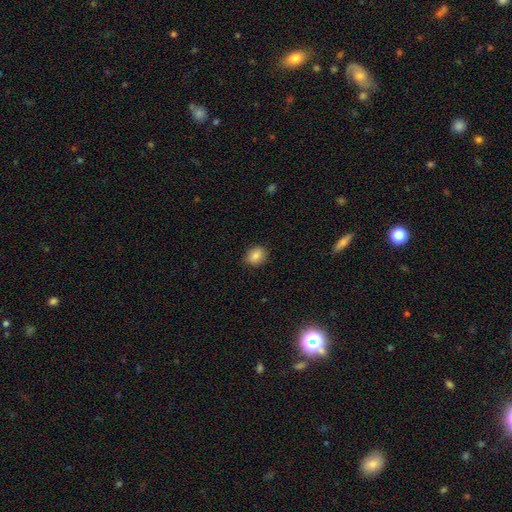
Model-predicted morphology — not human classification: Smooth or featured? Predicted: smooth (p=0.86). How rounded? Predicted: round (p=0.52). Merging? Predicted: none (p=0.86).